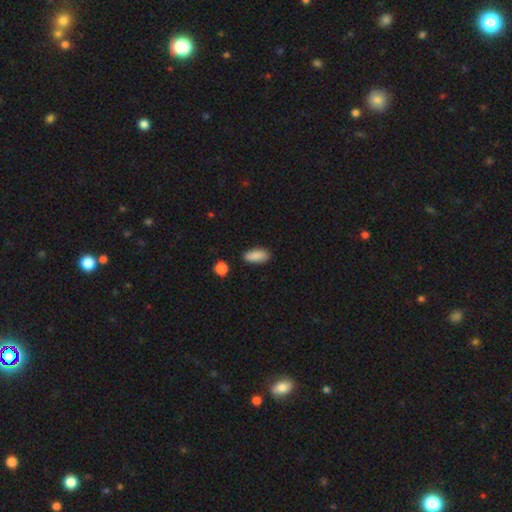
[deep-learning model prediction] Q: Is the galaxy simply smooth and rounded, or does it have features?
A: smooth — 89%.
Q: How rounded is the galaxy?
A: in between — 83%.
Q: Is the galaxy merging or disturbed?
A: none — 85%.